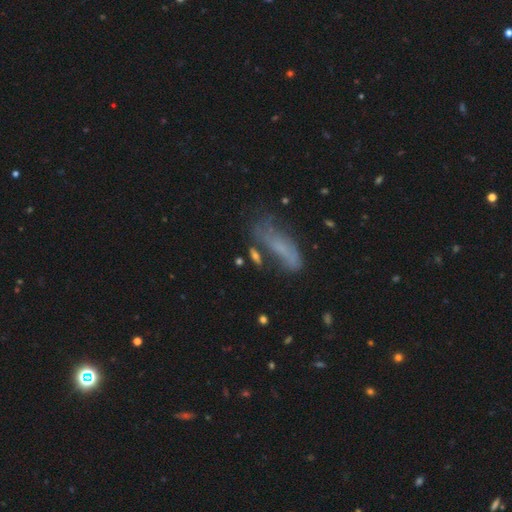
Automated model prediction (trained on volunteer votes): smooth_or_featured: smooth (p=0.57) [alt: featured or disk p=0.31]
how_rounded: cigar-shaped (p=0.46) [tied with: in between p=0.46]
merging: none (p=0.50) [alt: minor disturbance p=0.21]